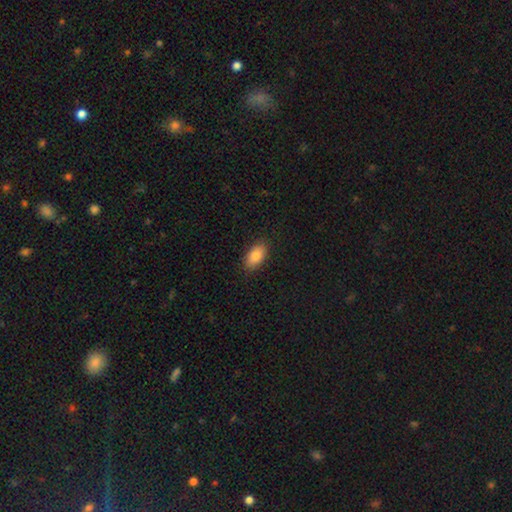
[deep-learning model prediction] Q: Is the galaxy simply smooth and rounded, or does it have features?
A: smooth — 85%.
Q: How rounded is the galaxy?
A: in between — 92%.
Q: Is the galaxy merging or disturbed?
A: none — 87%.